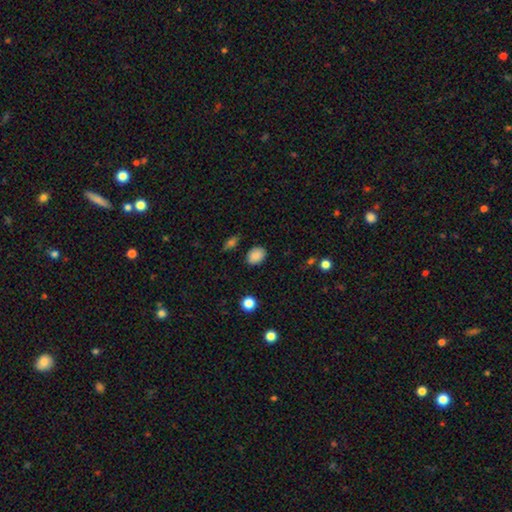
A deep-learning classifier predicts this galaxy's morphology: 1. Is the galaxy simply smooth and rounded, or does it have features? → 87% smooth, 9% star or artifact, 4% featured or disk.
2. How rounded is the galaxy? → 68% in between, 30% round, 1% cigar-shaped.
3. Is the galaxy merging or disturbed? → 85% none, 11% minor disturbance, 3% major disturbance, 2% merger.